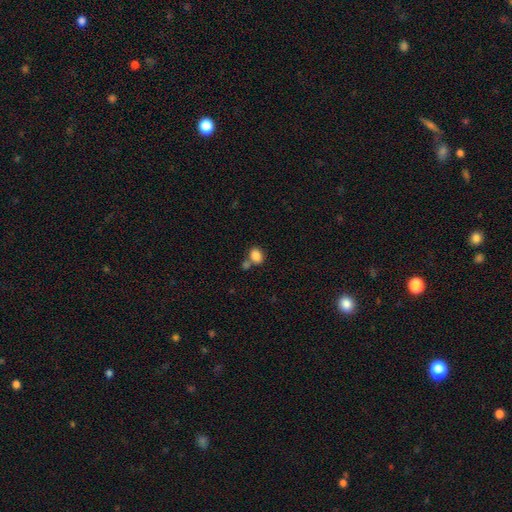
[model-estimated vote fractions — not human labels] Morphology: type=smooth (85%); roundness=in between (65%); merging=none (53%).